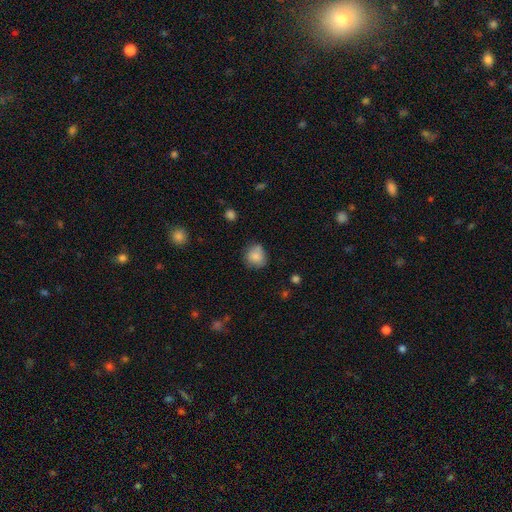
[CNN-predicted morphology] Smooth or featured? Predicted: smooth (p=0.81). How rounded? Predicted: round (p=0.82). Merging? Predicted: none (p=0.68).